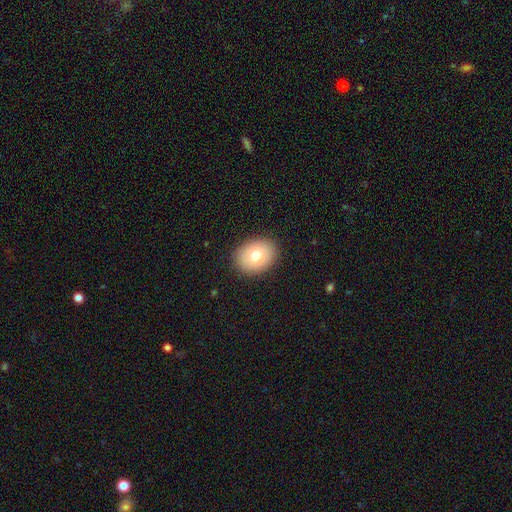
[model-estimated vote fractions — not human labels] The model was most divided on "how rounded": in between: 60%, round: 39%, cigar-shaped: 1%. More confident: merging — none (88%); smooth or featured — smooth (75%).